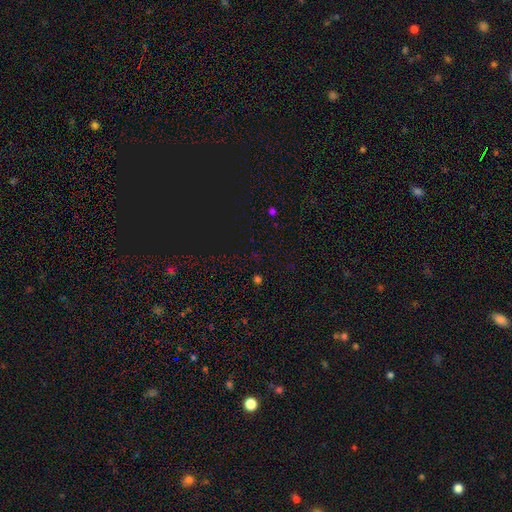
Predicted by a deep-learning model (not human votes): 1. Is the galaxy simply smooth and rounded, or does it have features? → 60% star or artifact, 35% smooth, 6% featured or disk.